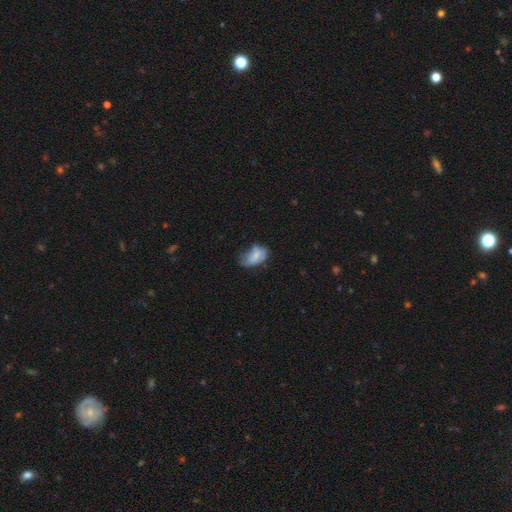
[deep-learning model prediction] Morphology: type=smooth (60%); roundness=in between (89%); merging=minor disturbance (37%).